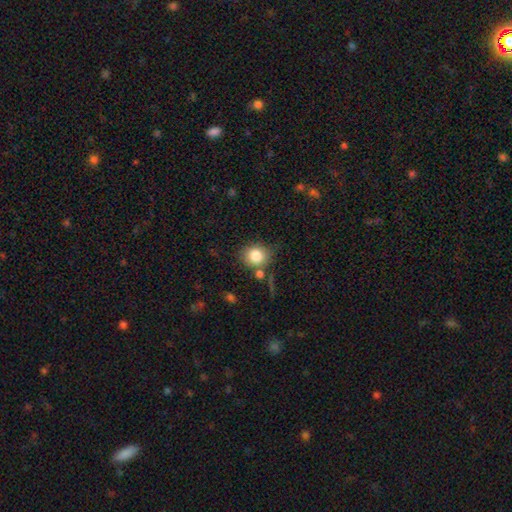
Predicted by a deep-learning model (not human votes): This appears to be a smooth galaxy with no disk features (82%) that is round (77%). Merging: none (69%).